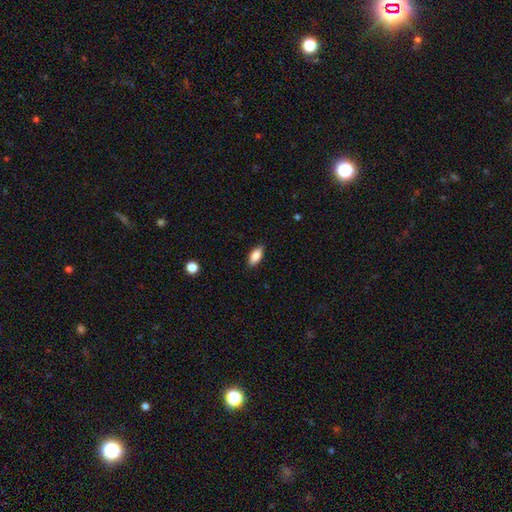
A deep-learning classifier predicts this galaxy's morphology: Q: Smooth or featured?
A: smooth (86%); runner-up: star or artifact (7%)
Q: How rounded?
A: in between (87%); runner-up: cigar-shaped (10%)
Q: Merging?
A: none (87%); runner-up: minor disturbance (10%)